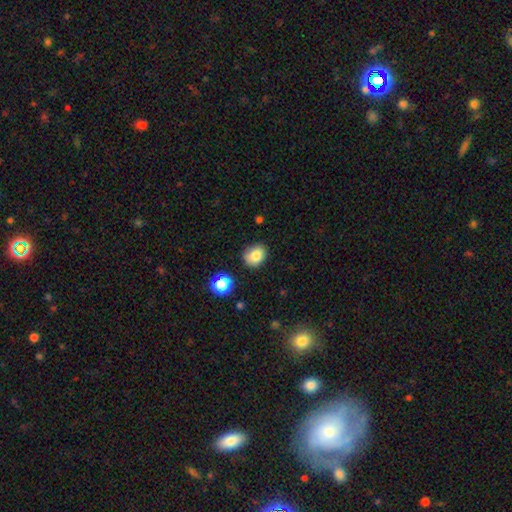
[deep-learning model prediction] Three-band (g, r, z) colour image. It shows a smooth galaxy with no disk features (83%) that is round (54%). Merging: none (78%).